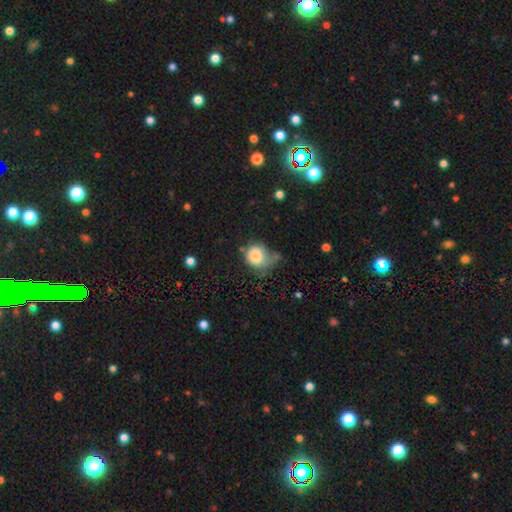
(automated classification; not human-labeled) Smooth or featured? Predicted: smooth (p=0.78). How rounded? Predicted: round (p=0.74). Merging? Predicted: none (p=0.35).